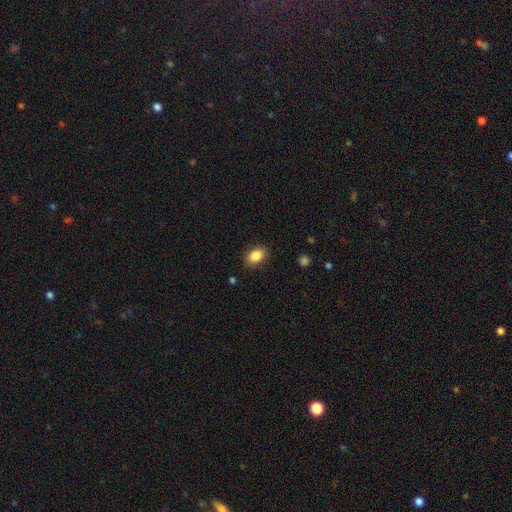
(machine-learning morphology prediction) Smooth or featured? smooth (87%)
How rounded? in between (83%)
Merging? none (86%)